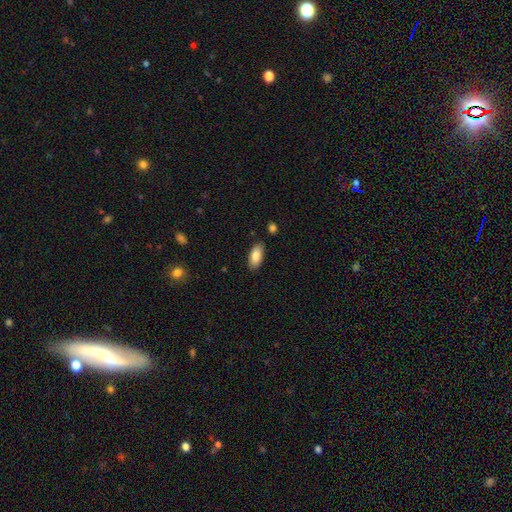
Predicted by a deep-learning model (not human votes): Smooth or featured? Predicted: smooth (p=0.86). How rounded? Predicted: in between (p=0.89). Merging? Predicted: none (p=0.85).